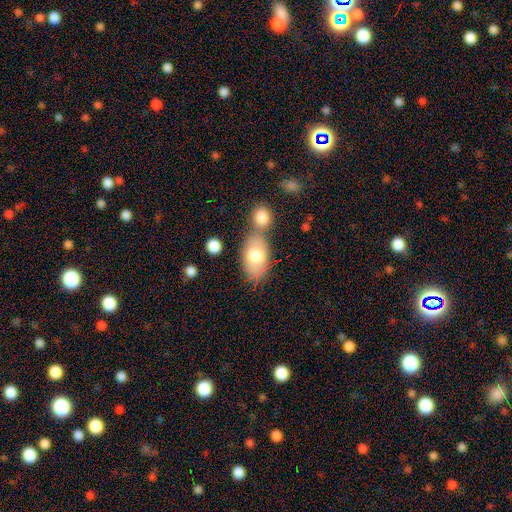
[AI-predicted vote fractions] Q: Smooth or featured?
A: smooth (70%); runner-up: featured or disk (23%)
Q: How rounded?
A: in between (88%); runner-up: round (9%)
Q: Merging?
A: none (45%); runner-up: merger (37%)